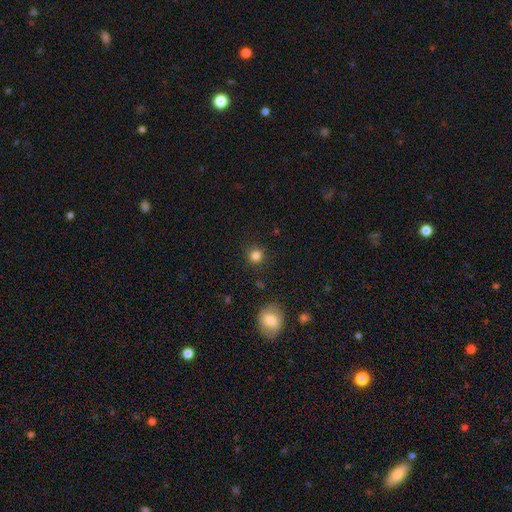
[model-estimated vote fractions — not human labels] Smooth or featured?
  - smooth: 82% *
  - star or artifact: 13%
  - featured or disk: 5%
How rounded?
  - round: 89% *
  - in between: 10%
  - cigar-shaped: 1%
Merging?
  - none: 87% *
  - minor disturbance: 9%
  - major disturbance: 3%
  - merger: 2%